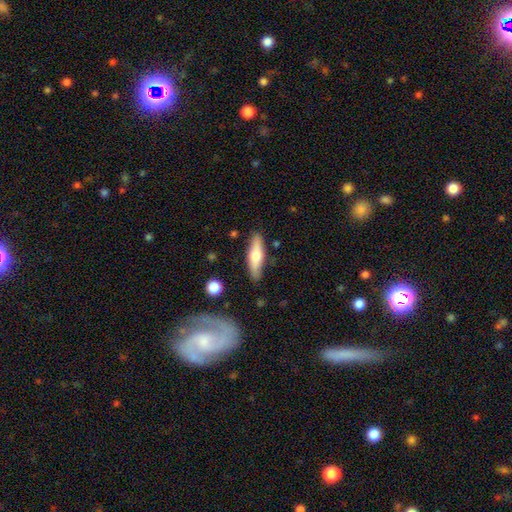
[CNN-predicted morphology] A smooth galaxy with no disk features (54%) that is cigar-shaped (63%). Merging: none (84%).